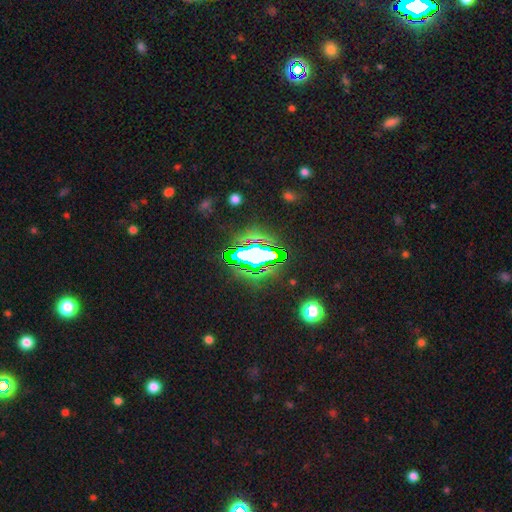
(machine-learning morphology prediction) The model was most divided on "smooth or featured": star or artifact: 62%, smooth: 22%, featured or disk: 16%.